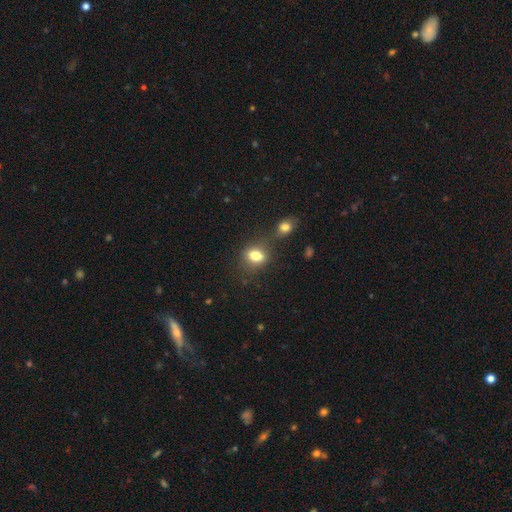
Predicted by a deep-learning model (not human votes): A smooth galaxy with no disk features (79%) that is in between round and cigar-shaped (58%).

Vote fractions:
- Smooth or featured? smooth: 79% / star or artifact: 12% / featured or disk: 9%
- How rounded? in between: 58% / round: 41% / cigar-shaped: 2%
- Merging? none: 64% / merger: 17% / minor disturbance: 14% / major disturbance: 5%